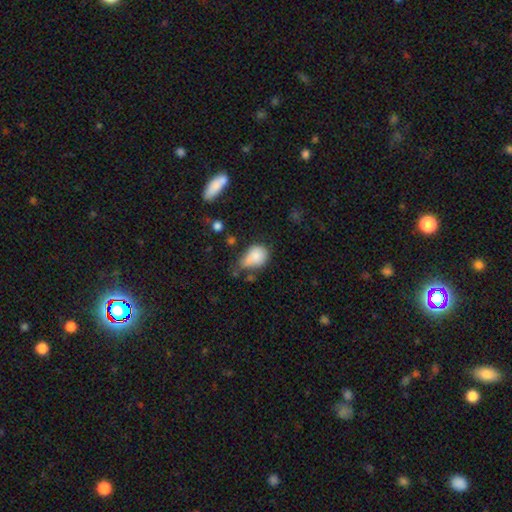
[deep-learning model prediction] Smooth or featured: smooth — 80% (featured or disk — 10%)
How rounded: in between — 63% (round — 36%)
Merging: minor disturbance — 39% (none — 31%)